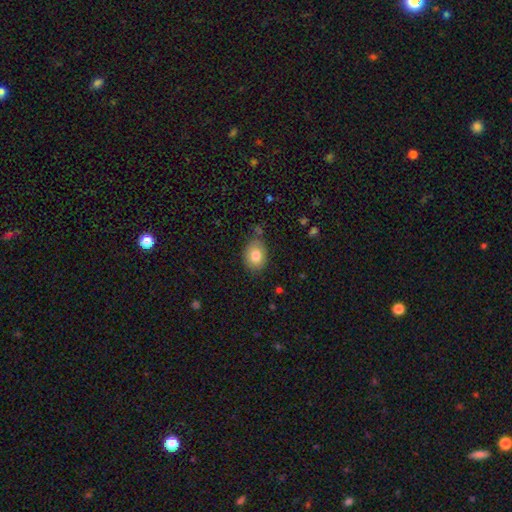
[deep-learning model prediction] This appears to be a smooth galaxy with no disk features (80%) that is in between round and cigar-shaped (66%). Merging: none (75%).